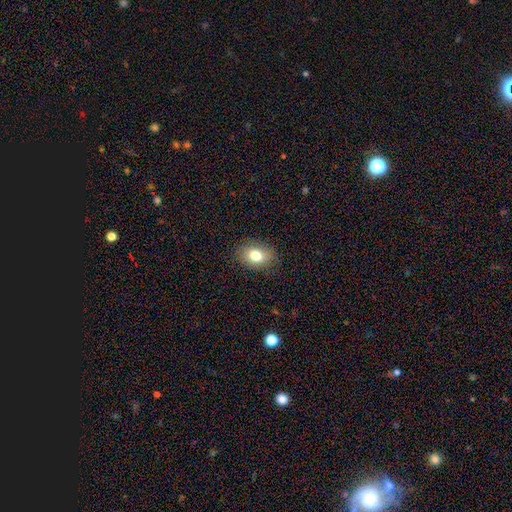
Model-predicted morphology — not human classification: type=smooth (79%); roundness=in between (76%); merging=none (86%).